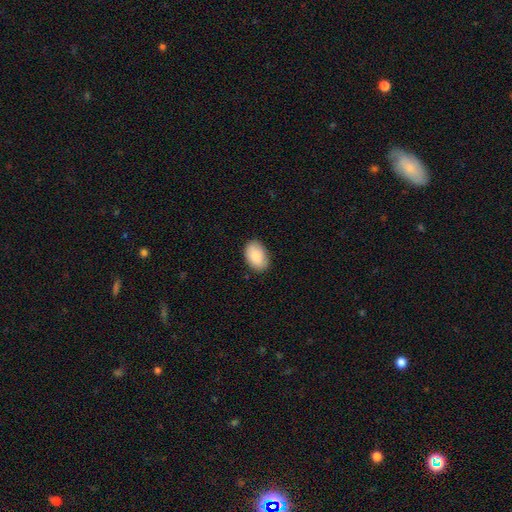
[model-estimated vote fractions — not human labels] This is clearly a smooth galaxy (88%). How rounded: clearly in between (91%). Merging: clearly none (85%).